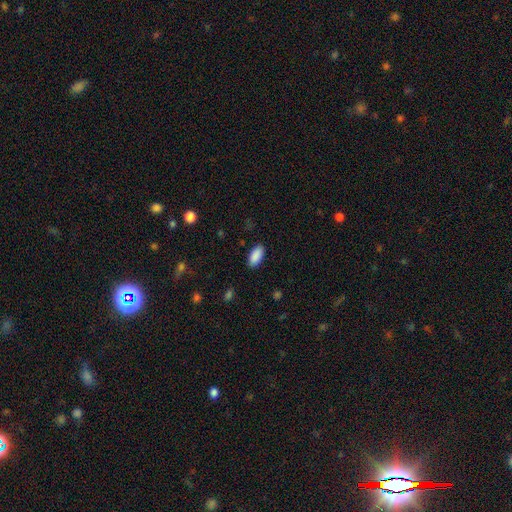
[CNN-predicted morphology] A smooth galaxy with no disk features (90%) that is in between round and cigar-shaped (93%).

Vote fractions:
- Smooth or featured? smooth: 90% / star or artifact: 7% / featured or disk: 3%
- How rounded? in between: 93% / cigar-shaped: 5% / round: 2%
- Merging? none: 88% / minor disturbance: 9% / major disturbance: 2% / merger: 1%